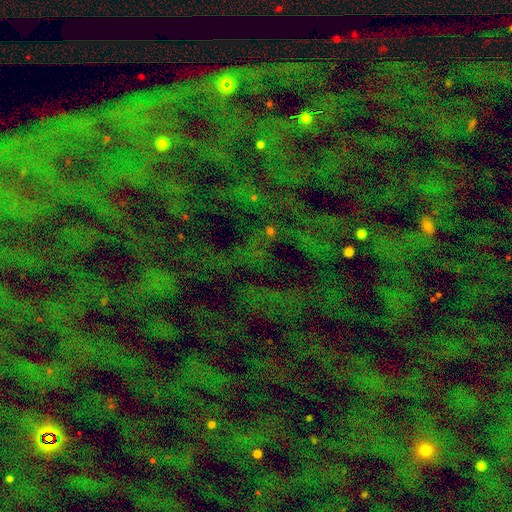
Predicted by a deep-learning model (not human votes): smooth-or-featured: star or artifact: 73% | smooth: 17% | featured or disk: 10%